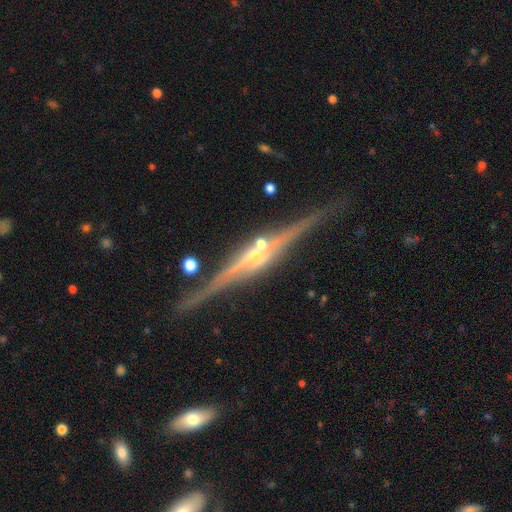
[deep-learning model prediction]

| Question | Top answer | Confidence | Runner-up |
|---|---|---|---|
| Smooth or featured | featured or disk | 87% | star or artifact (7%) |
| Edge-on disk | yes | 97% | no (3%) |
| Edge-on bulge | rounded | 84% | boxy (9%) |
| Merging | none | 82% | minor disturbance (10%) |